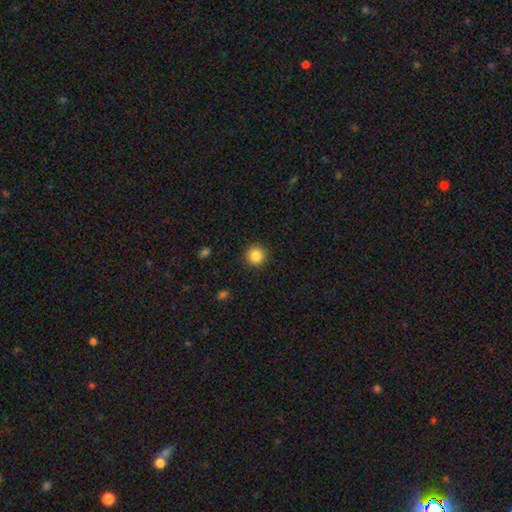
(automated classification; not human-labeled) Smooth or featured? Predicted: smooth (p=0.86). How rounded? Predicted: round (p=0.95). Merging? Predicted: none (p=0.92).